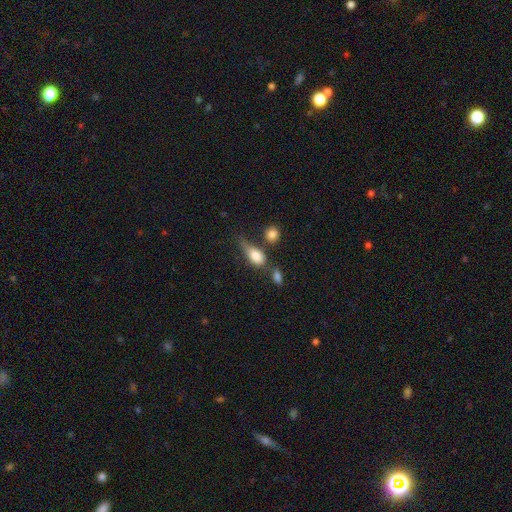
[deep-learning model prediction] A smooth galaxy with no disk features (77%) that is in between round and cigar-shaped (78%). Merging: none (32%).